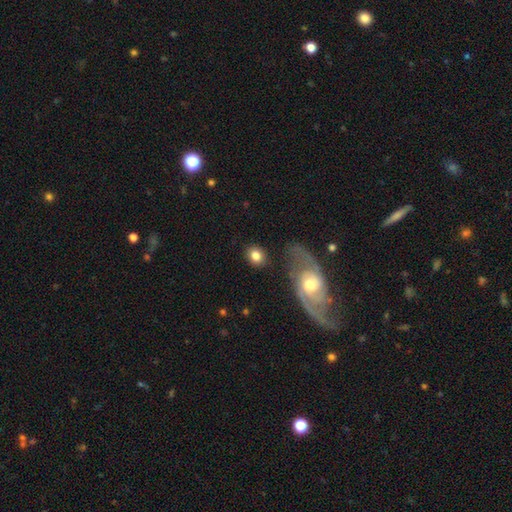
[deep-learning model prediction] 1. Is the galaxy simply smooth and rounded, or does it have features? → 80% smooth, 13% featured or disk, 7% star or artifact.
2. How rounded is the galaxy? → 60% round, 38% in between, 1% cigar-shaped.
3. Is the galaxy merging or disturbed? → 81% none, 9% minor disturbance, 5% merger, 4% major disturbance.